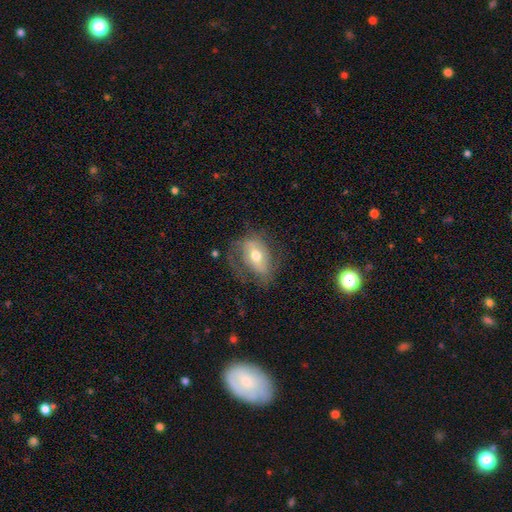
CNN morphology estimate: smooth_or_featured: featured or disk (p=0.56) [alt: smooth p=0.35]
disk_edge_on: no (p=0.91) [alt: yes p=0.09]
bar: no (p=0.36) [alt: weak p=0.34]
has_spiral_arms: yes (p=0.59) [alt: no p=0.41]
bulge_size: moderate (p=0.70) [alt: small p=0.22]
merging: none (p=0.51) [alt: minor disturbance p=0.25]